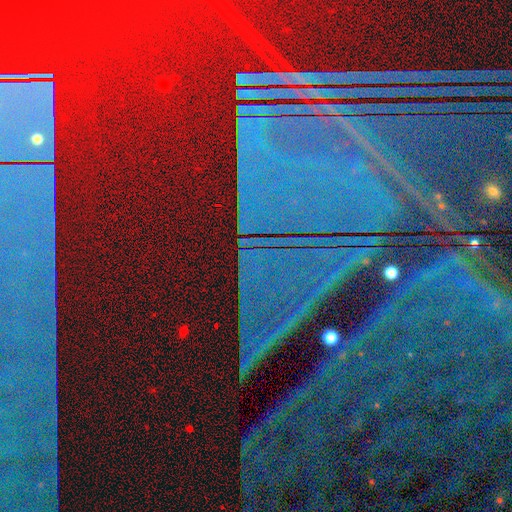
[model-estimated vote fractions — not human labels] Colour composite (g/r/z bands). It shows a star or artifact, not a galaxy (90%).